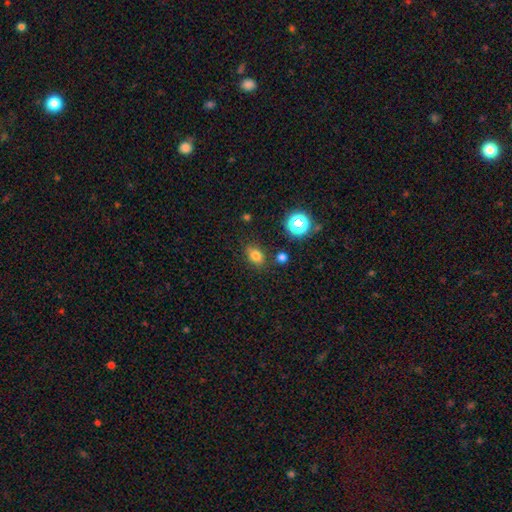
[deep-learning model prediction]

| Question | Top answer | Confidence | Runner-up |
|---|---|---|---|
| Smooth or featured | smooth | 77% | star or artifact (15%) |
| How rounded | in between | 67% | round (32%) |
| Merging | none | 77% | minor disturbance (14%) |